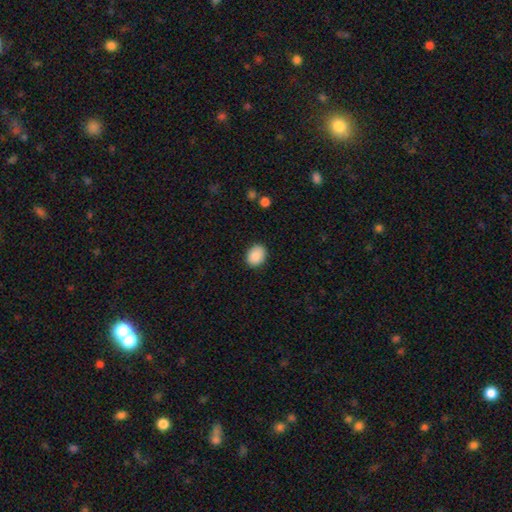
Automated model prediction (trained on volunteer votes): smooth-or-featured: smooth: 90% | star or artifact: 7% | featured or disk: 3%
  how-rounded: in between: 61% | round: 38% | cigar-shaped: 1%
  merging: none: 87% | minor disturbance: 9% | major disturbance: 2% | merger: 1%